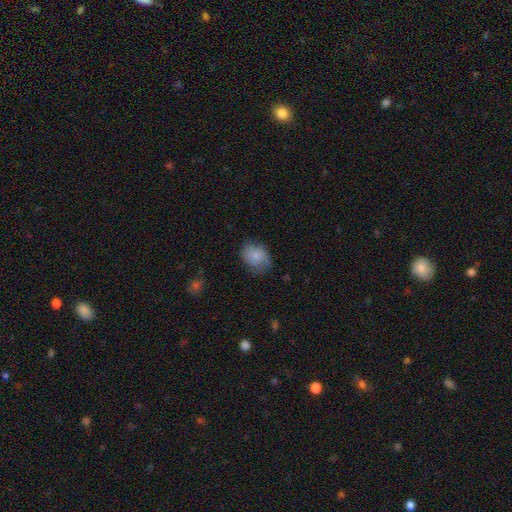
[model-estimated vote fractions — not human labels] Smooth or featured?
  - smooth: 74% *
  - featured or disk: 19%
  - star or artifact: 7%
How rounded?
  - in between: 58% *
  - round: 41%
  - cigar-shaped: 1%
Merging?
  - none: 66% *
  - minor disturbance: 25%
  - major disturbance: 7%
  - merger: 1%